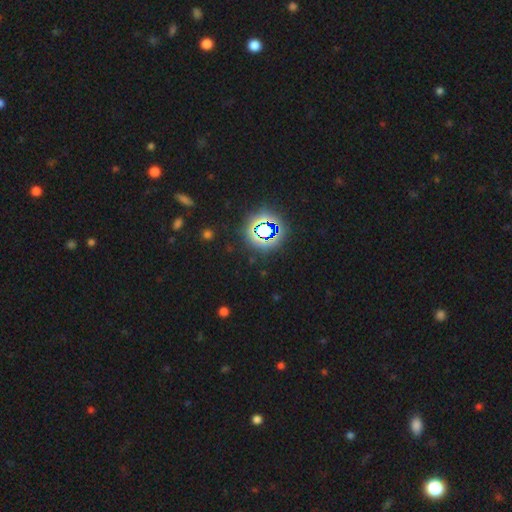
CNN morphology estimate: smooth_or_featured: star or artifact (p=0.77) [alt: smooth p=0.17]